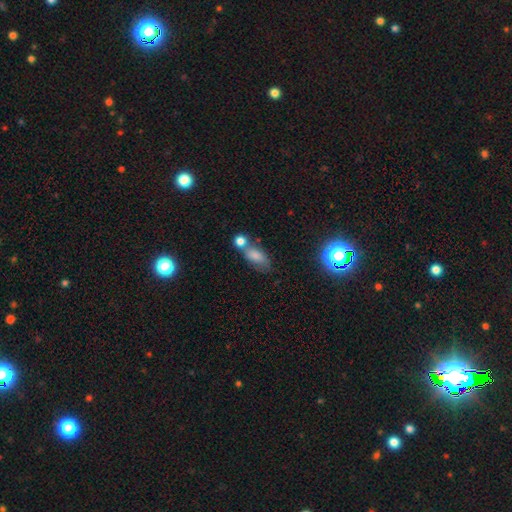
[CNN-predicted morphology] smooth 74%, star or artifact 13%, featured or disk 13%. Down the decision tree: how rounded — in between (81%); merging — none (41%).